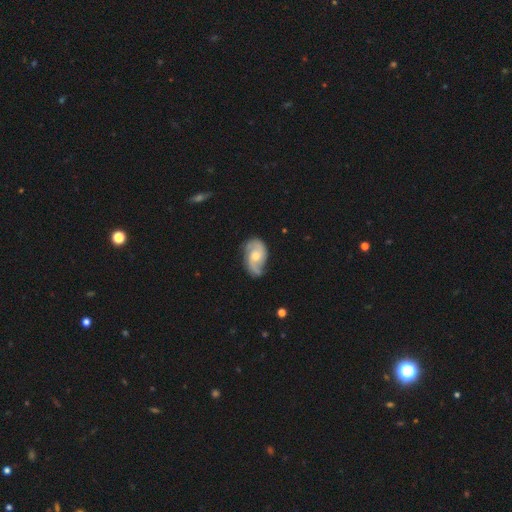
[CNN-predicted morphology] Smooth or featured: featured or disk — 82% (smooth — 13%)
Edge-on disk: no — 97% (yes — 3%)
Bar: no — 63% (weak — 32%)
Spiral arms: yes — 96% (no — 4%)
Spiral winding: medium — 48% (tight — 27%)
Spiral arm count: 2 — 85% (can't tell — 6%)
Bulge size: moderate — 56% (small — 37%)
Merging: none — 71% (minor disturbance — 21%)